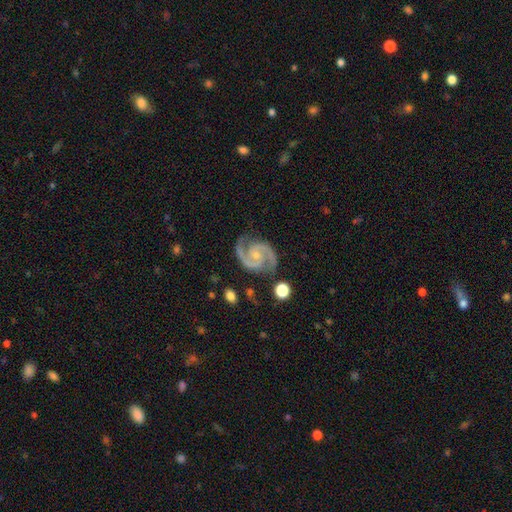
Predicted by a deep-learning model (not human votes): Smooth or featured?
  - featured or disk: 94% *
  - star or artifact: 4%
  - smooth: 2%
Edge-on disk?
  - no: 98% *
  - yes: 2%
Bar?
  - no: 62% *
  - weak: 29%
  - strong: 9%
Spiral arms?
  - yes: 99% *
  - no: 1%
Spiral winding?
  - medium: 58% *
  - tight: 36%
  - loose: 6%
Spiral arm count?
  - 2: 93% *
  - 3: 2%
  - can't tell: 1%
  - 1: 1%
  - 4: 1%
  - more than 4: 1%
Bulge size?
  - small: 67% *
  - moderate: 25%
  - none: 5%
  - large: 1%
  - dominant: 1%
Merging?
  - none: 81% *
  - minor disturbance: 14%
  - major disturbance: 4%
  - merger: 2%